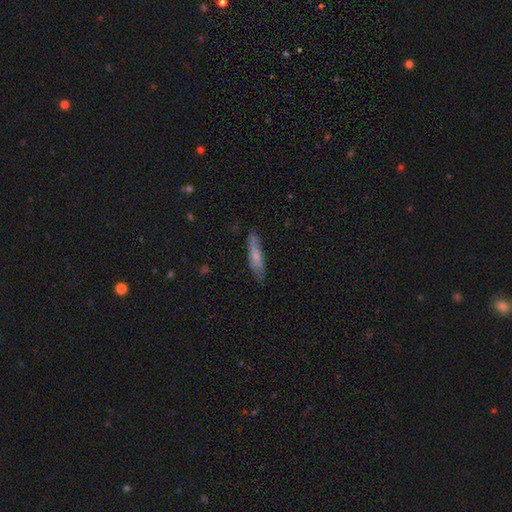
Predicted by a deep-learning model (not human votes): smooth_or_featured: smooth (p=0.61) [alt: featured or disk p=0.33]
how_rounded: cigar-shaped (p=0.81) [alt: in between p=0.18]
merging: none (p=0.79) [alt: minor disturbance p=0.16]